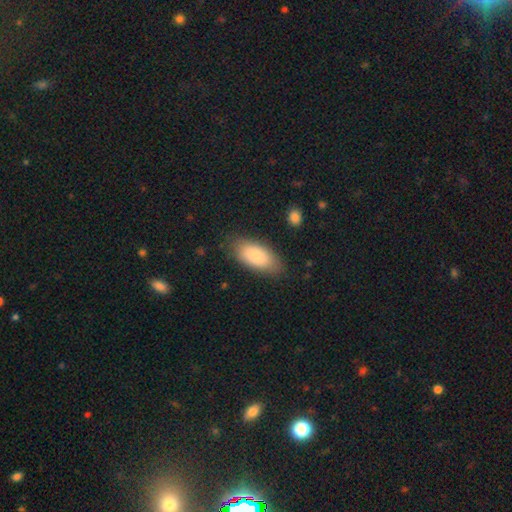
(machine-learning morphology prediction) type=smooth (83%); roundness=in between (91%); merging=none (79%).